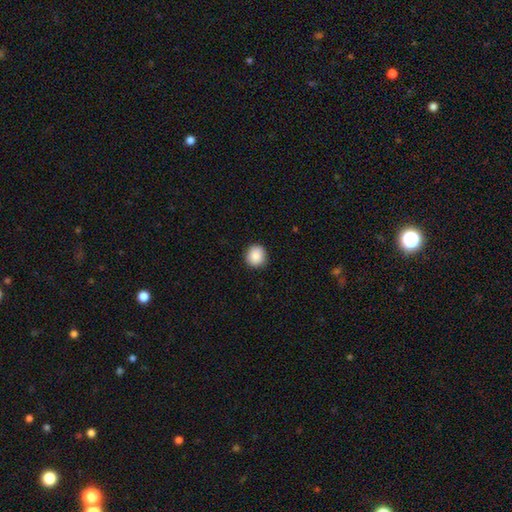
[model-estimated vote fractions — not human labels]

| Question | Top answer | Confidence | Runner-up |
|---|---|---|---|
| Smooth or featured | smooth | 89% | star or artifact (8%) |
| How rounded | round | 92% | in between (7%) |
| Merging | none | 91% | minor disturbance (6%) |